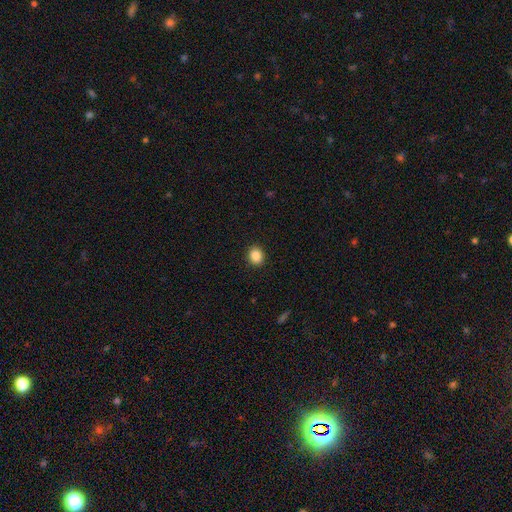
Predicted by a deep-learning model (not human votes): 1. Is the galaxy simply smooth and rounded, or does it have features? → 87% smooth, 10% star or artifact, 4% featured or disk.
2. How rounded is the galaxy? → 69% round, 30% in between, 1% cigar-shaped.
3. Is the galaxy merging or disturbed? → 91% none, 6% minor disturbance, 2% major disturbance, 1% merger.